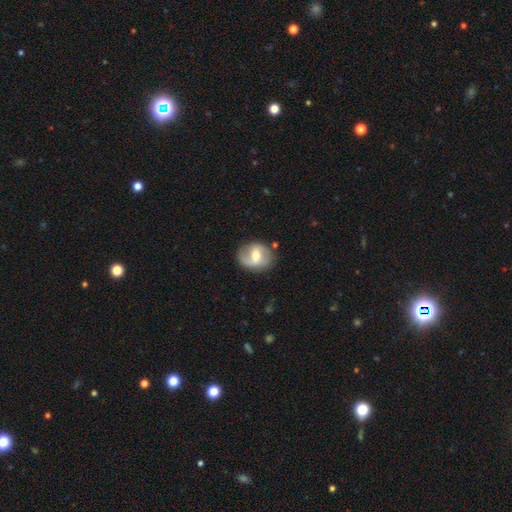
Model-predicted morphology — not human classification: The model was most divided on "spiral winding": loose: 44%, medium: 39%, tight: 17%. More confident: edge-on disk — no (97%); spiral arms — yes (82%); spiral arm count — 2 (81%); merging — none (78%); bulge size — moderate (67%); smooth or featured — featured or disk (67%); bar — weak (50%).